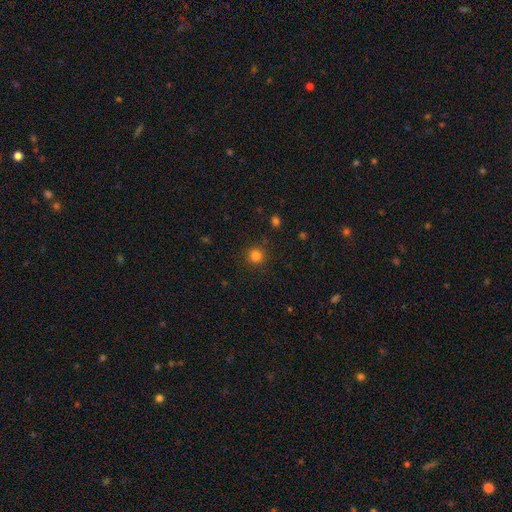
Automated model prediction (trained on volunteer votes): Smooth or featured: smooth — 82% (star or artifact — 14%)
How rounded: round — 93% (in between — 6%)
Merging: none — 89% (minor disturbance — 7%)